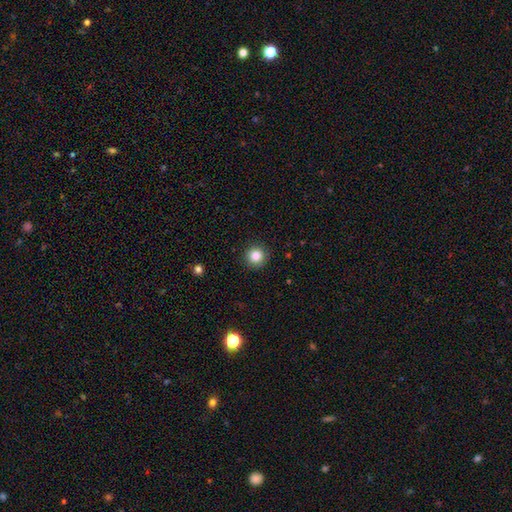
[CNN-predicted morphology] smooth_or_featured: smooth (p=0.84) [alt: star or artifact p=0.11]
how_rounded: round (p=0.94) [alt: in between p=0.05]
merging: none (p=0.91) [alt: minor disturbance p=0.06]